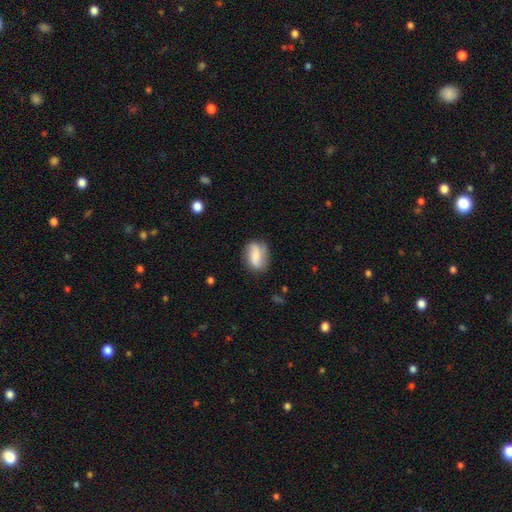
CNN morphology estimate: This is possibly a smooth galaxy (52%). How rounded: likely in between (75%). Merging: likely none (75%).